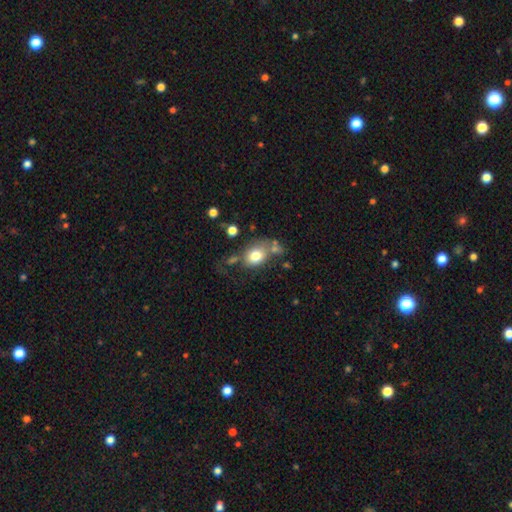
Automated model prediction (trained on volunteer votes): Smooth or featured? Predicted: smooth (p=0.76). How rounded? Predicted: in between (p=0.59). Merging? Predicted: none (p=0.51).